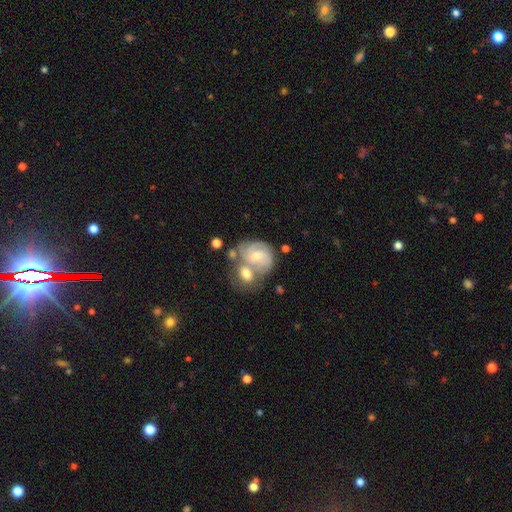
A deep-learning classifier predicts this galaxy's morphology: featured or disk 71%, smooth 22%, star or artifact 6%. Down the decision tree: edge-on disk — no (97%); bar — no (54%); spiral arms — yes (91%); spiral arm count — 3 (33%); spiral winding — tight (52%); bulge size — small (46%, tied with moderate); merging — merger (47%).